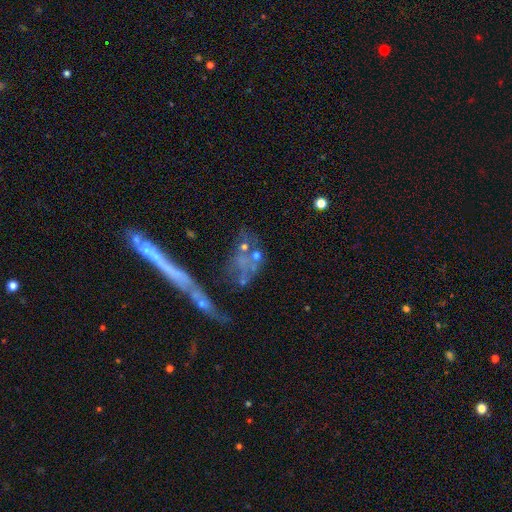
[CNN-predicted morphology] A featured or disk galaxy (46%).

Vote fractions:
- Smooth or featured? featured or disk: 46% / smooth: 31% / star or artifact: 23%
- Merging? none: 36% / merger: 26% / major disturbance: 23% / minor disturbance: 16%